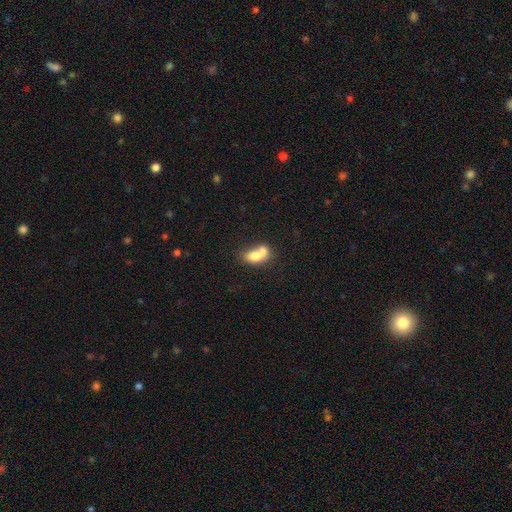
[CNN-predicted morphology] The model was most divided on "merging": merger: 62%, none: 22%, minor disturbance: 10%, major disturbance: 6%. More confident: how rounded — in between (78%); smooth or featured — smooth (71%).